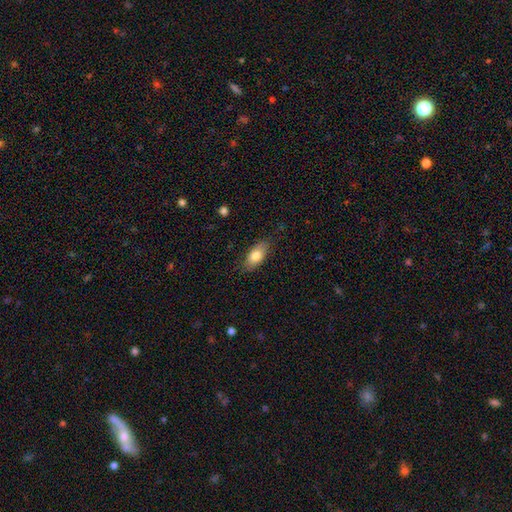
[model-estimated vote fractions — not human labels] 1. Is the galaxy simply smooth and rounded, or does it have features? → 77% smooth, 16% featured or disk, 7% star or artifact.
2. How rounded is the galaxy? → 88% in between, 8% cigar-shaped, 4% round.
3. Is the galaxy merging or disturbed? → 80% none, 15% minor disturbance, 3% major disturbance, 1% merger.